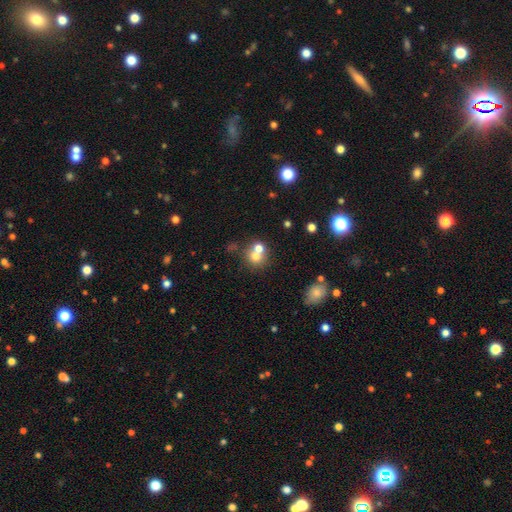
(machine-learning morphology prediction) The model was most divided on "merging": merger: 48%, none: 41%, minor disturbance: 7%, major disturbance: 4%. More confident: how rounded — round (80%); smooth or featured — smooth (67%).